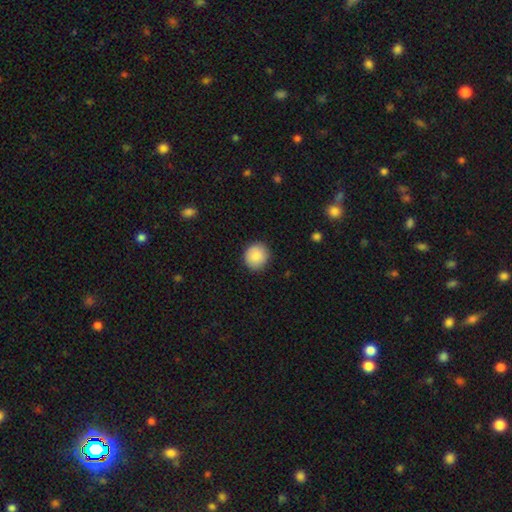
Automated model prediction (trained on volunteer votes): smooth_or_featured: smooth (p=0.88) [alt: star or artifact p=0.07]
how_rounded: round (p=0.88) [alt: in between p=0.11]
merging: none (p=0.88) [alt: minor disturbance p=0.09]